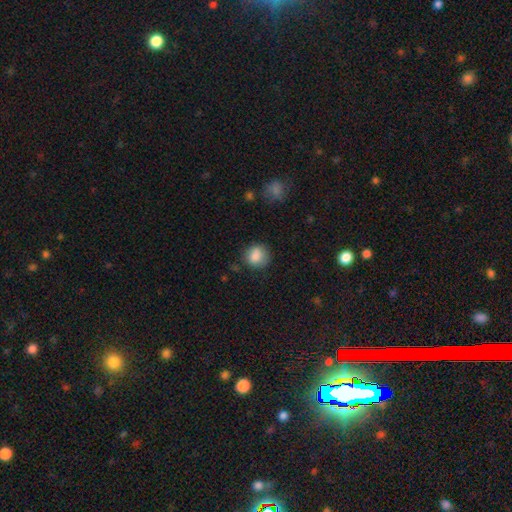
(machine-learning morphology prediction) Smooth or featured? smooth (84%)
How rounded? round (75%)
Merging? none (74%)